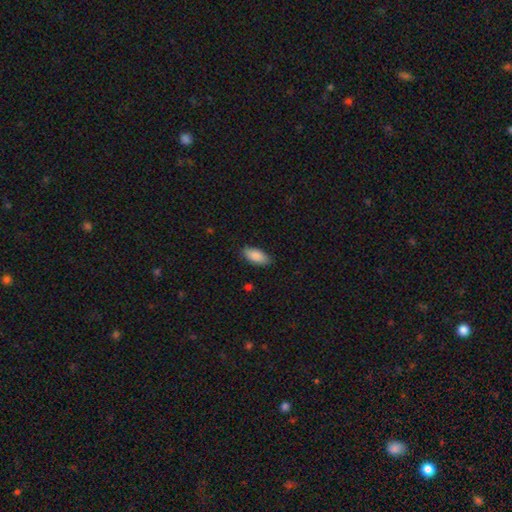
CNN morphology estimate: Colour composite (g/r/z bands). It shows a smooth galaxy with no disk features (89%) that is in between round and cigar-shaped (89%). Merging: none (86%).